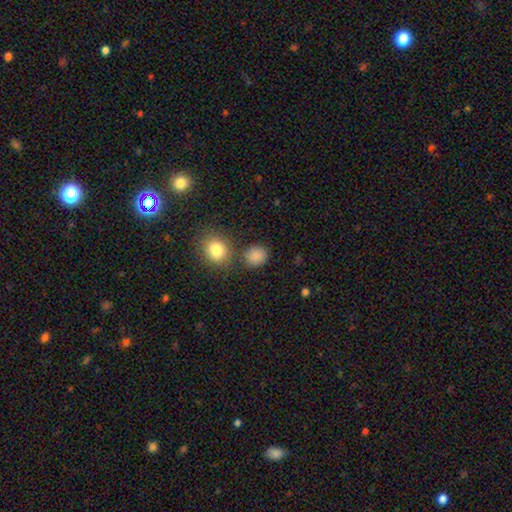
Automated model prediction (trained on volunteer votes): Smooth or featured: smooth — 85% (star or artifact — 11%)
How rounded: round — 76% (in between — 23%)
Merging: none — 77% (minor disturbance — 11%)